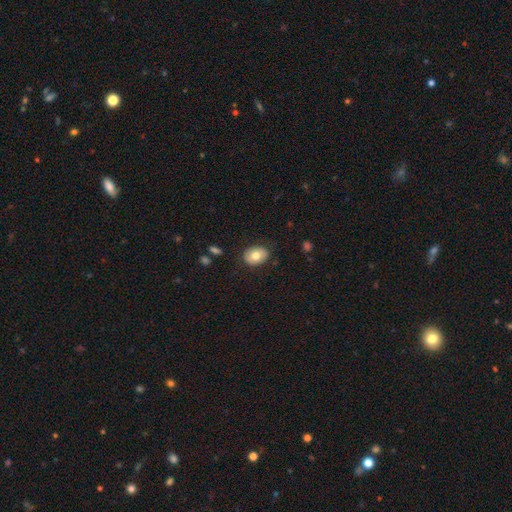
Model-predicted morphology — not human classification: type=smooth (74%); roundness=in between (67%); merging=none (84%).